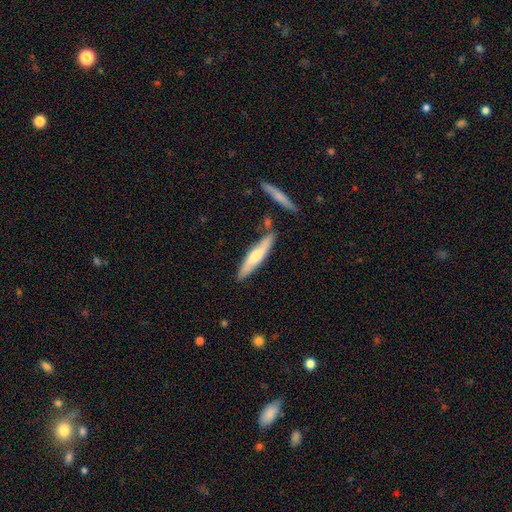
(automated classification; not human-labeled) smooth_or_featured: smooth (p=0.52) [alt: featured or disk p=0.43]
how_rounded: cigar-shaped (p=0.84) [alt: in between p=0.14]
merging: none (p=0.76) [alt: minor disturbance p=0.13]